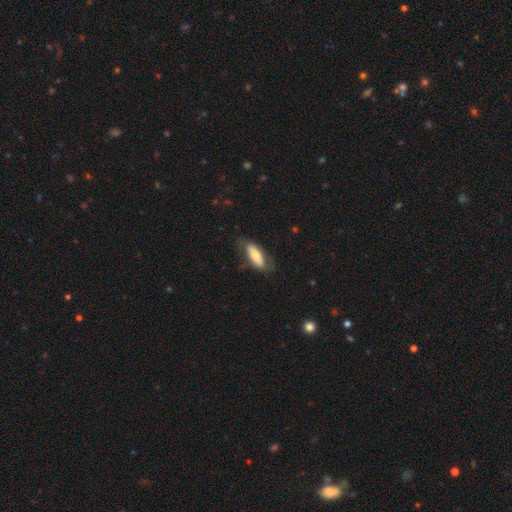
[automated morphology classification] Overall: smooth (69%). How rounded: in between (66%; cigar-shaped 32%). Merging: none (67%).